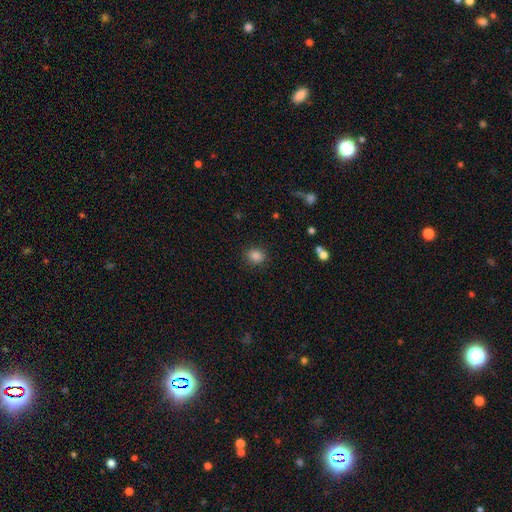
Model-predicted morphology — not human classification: The model was most divided on "how rounded": round: 66%, in between: 33%, cigar-shaped: 1%. More confident: merging — none (88%); smooth or featured — smooth (85%).